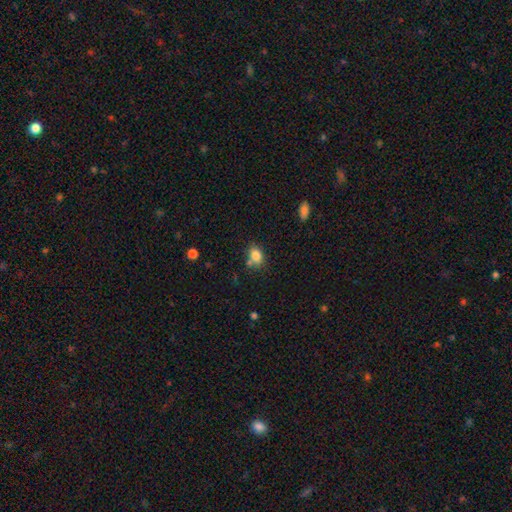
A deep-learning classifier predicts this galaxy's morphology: smooth-or-featured: smooth: 82% | star or artifact: 10% | featured or disk: 7%
  how-rounded: in between: 73% | round: 25% | cigar-shaped: 2%
  merging: none: 63% | merger: 17% | minor disturbance: 16% | major disturbance: 4%